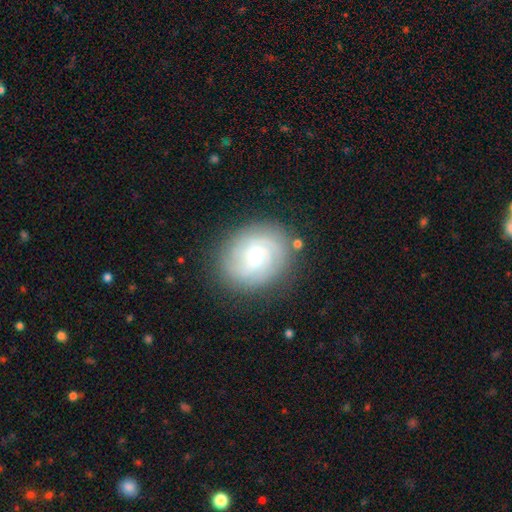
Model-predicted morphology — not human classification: Smooth or featured? featured or disk (73%)
Edge-on disk? no (97%)
Bar? no (58%)
Spiral arms? yes (93%)
Spiral winding? tight (63%)
Spiral arm count? can't tell (29%)
Bulge size? moderate (53%)
Merging? none (82%)